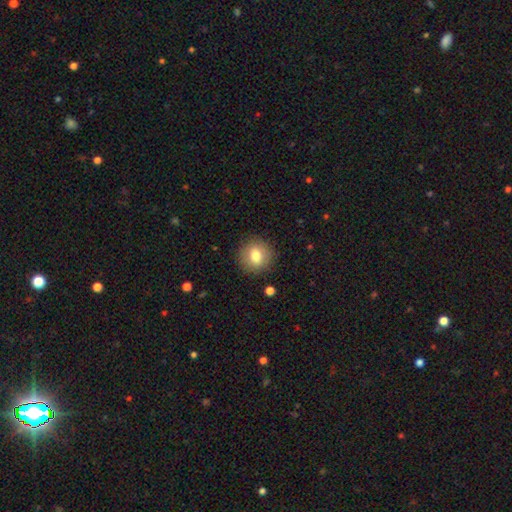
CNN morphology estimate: This is likely a smooth galaxy (78%). How rounded: clearly round (85%). Merging: clearly none (89%).